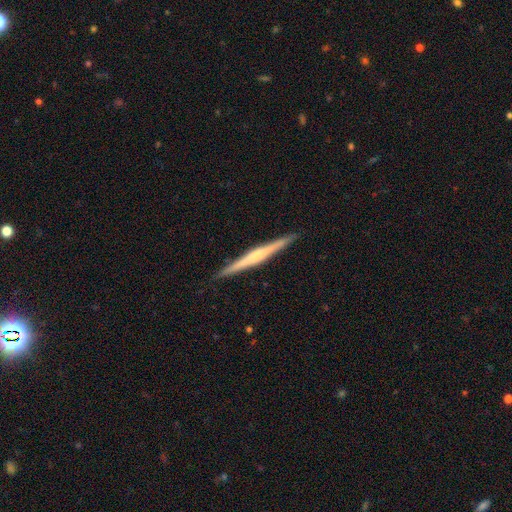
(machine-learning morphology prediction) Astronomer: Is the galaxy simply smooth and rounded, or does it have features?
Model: featured or disk — 69%.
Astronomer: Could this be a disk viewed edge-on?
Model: yes — 98%.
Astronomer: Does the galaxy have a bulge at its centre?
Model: rounded — 54% (runner-up: none, 34%).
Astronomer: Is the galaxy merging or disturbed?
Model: none — 91%.